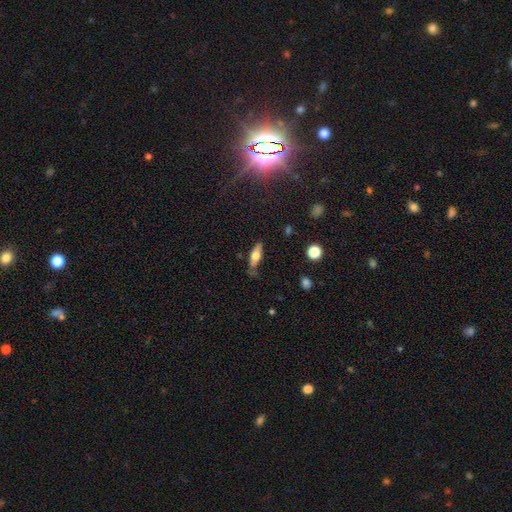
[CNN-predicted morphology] Smooth or featured? smooth (53%)
How rounded? cigar-shaped (49%)
Merging? none (73%)